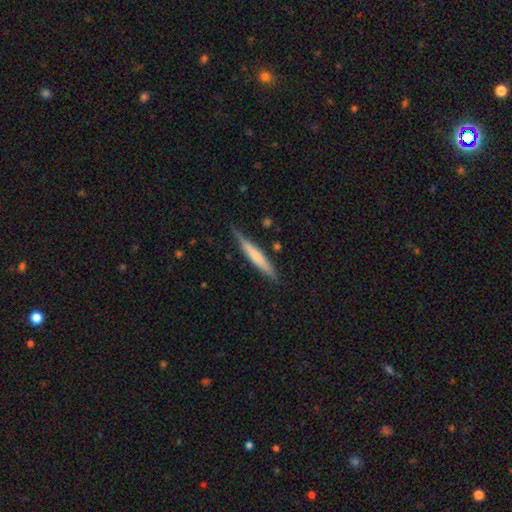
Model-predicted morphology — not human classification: This appears to be a smooth galaxy with no disk features (59%) that is cigar-shaped (94%). Merging: none (80%).